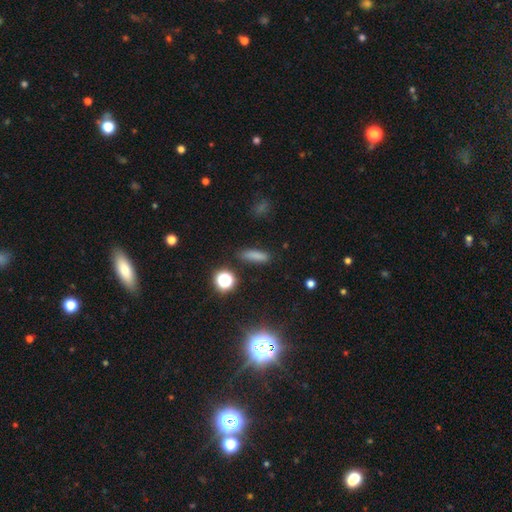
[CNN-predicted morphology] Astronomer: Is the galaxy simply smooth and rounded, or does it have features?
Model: smooth — 78%.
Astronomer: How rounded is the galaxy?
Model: cigar-shaped — 65%.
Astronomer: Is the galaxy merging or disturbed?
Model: none — 83%.